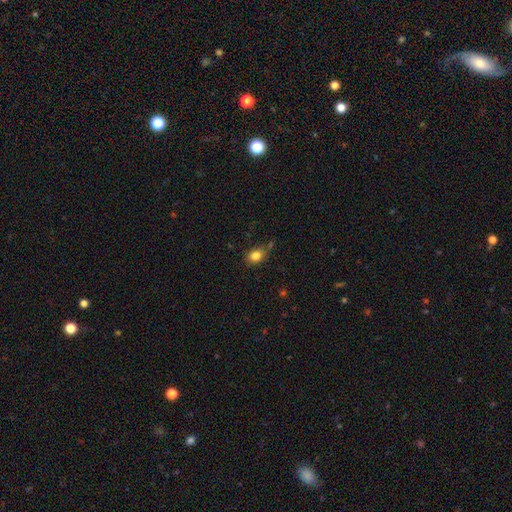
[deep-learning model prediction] smooth 83%, star or artifact 10%, featured or disk 7%. Down the decision tree: how rounded — in between (60%); merging — none (72%).